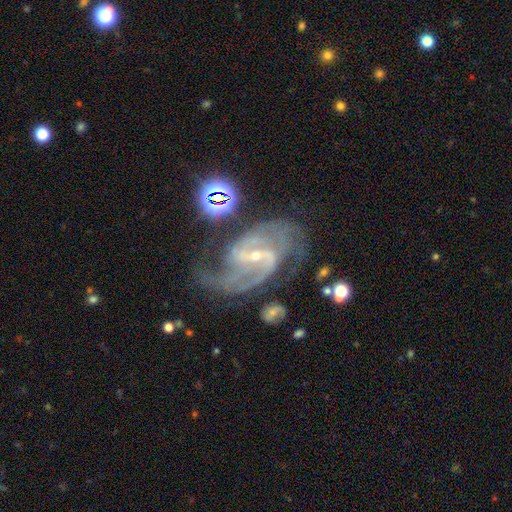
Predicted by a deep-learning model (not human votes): smooth-or-featured: featured or disk: 90% | star or artifact: 6% | smooth: 3%
  disk-edge-on: no: 97% | yes: 3%
    bar: weak: 42% (tied) | strong: 42% (tied) | no: 15%
    has-spiral-arms: yes: 98% | no: 2%
      spiral-winding: medium: 56% | tight: 26% | loose: 18%
      spiral-arm-count: 2: 67% | 3: 12% | can't tell: 8% | 4: 5% | 1: 4% | more than 4: 4%
    bulge-size: small: 79% | moderate: 17% | none: 2% | large: 1% | dominant: 1%
  merging: none: 61% | minor disturbance: 20% | major disturbance: 13% | merger: 5%